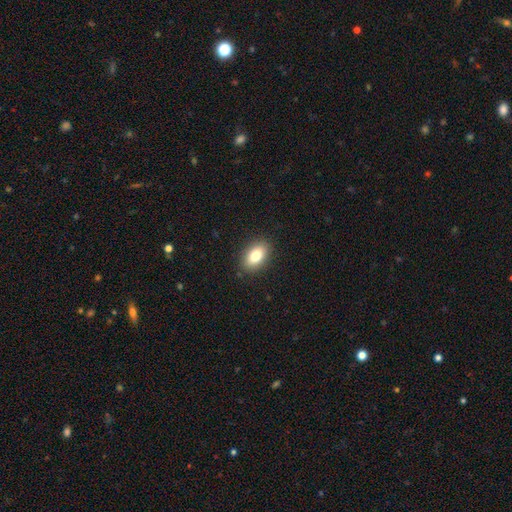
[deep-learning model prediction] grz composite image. It shows a smooth galaxy with no disk features (80%) that is in between round and cigar-shaped (89%). Merging: none (88%).